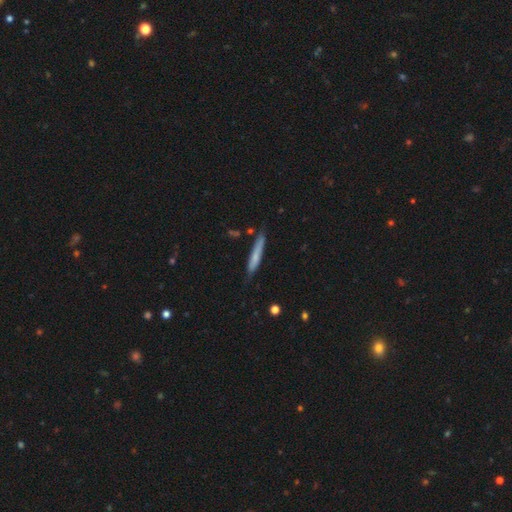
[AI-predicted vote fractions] Morphology: type=smooth (68%); roundness=cigar-shaped (94%); merging=none (78%).